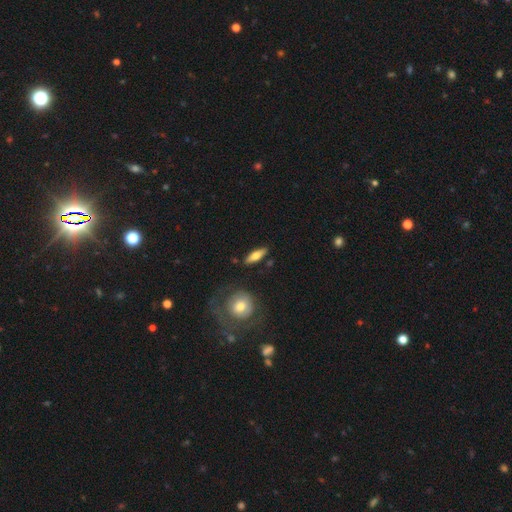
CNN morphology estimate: Overall: smooth (58%; featured or disk 37%). How rounded: cigar-shaped (49%; in between 47%). Merging: none (86%).